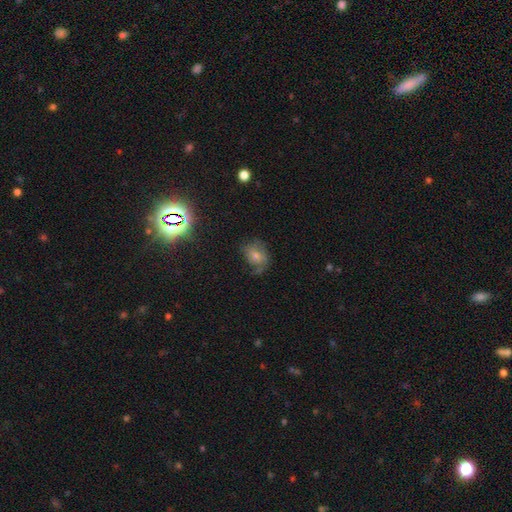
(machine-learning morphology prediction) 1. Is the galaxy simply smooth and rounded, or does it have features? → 39% smooth, 31% star or artifact, 30% featured or disk.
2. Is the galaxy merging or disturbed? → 59% none, 25% minor disturbance, 13% major disturbance, 3% merger.